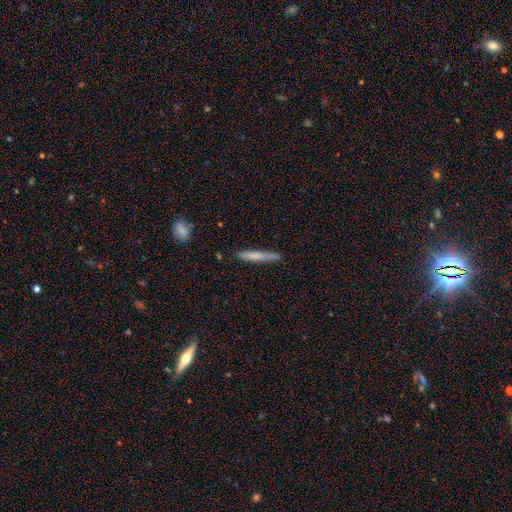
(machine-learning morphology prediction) Smooth or featured? Predicted: smooth (p=0.70). How rounded? Predicted: cigar-shaped (p=0.95). Merging? Predicted: none (p=0.84).